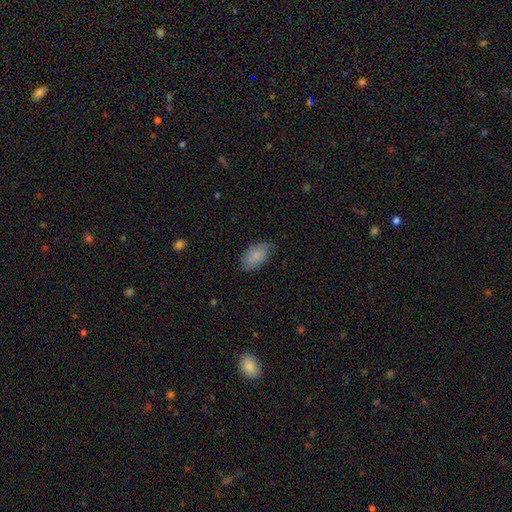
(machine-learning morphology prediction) This is likely a smooth galaxy (77%). How rounded: clearly in between (92%). Merging: likely none (60%).